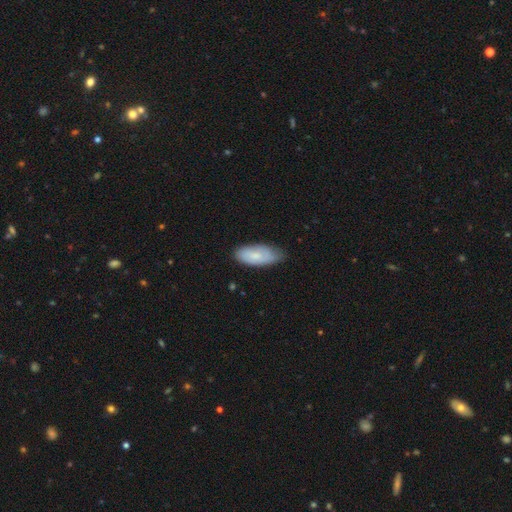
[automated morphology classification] type=smooth (78%); roundness=in between (85%); merging=none (62%).